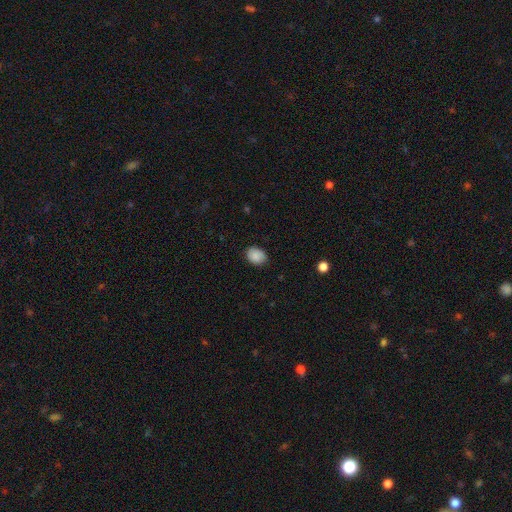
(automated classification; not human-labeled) This appears to be a smooth galaxy with no disk features (88%) that is in between round and cigar-shaped (64%). Merging: none (83%).